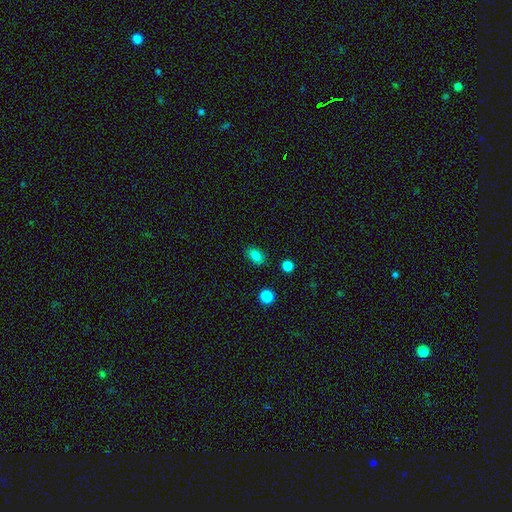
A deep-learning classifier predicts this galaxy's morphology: smooth_or_featured: smooth (p=0.83) [alt: star or artifact p=0.11]
how_rounded: in between (p=0.82) [alt: round p=0.16]
merging: none (p=0.84) [alt: minor disturbance p=0.11]